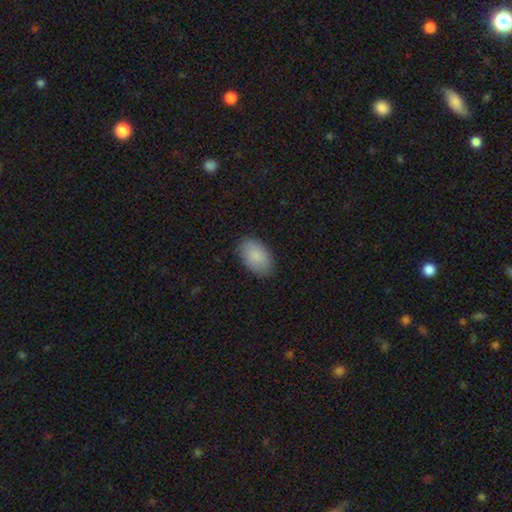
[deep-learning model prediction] Smooth or featured? smooth (88%)
How rounded? in between (93%)
Merging? none (84%)